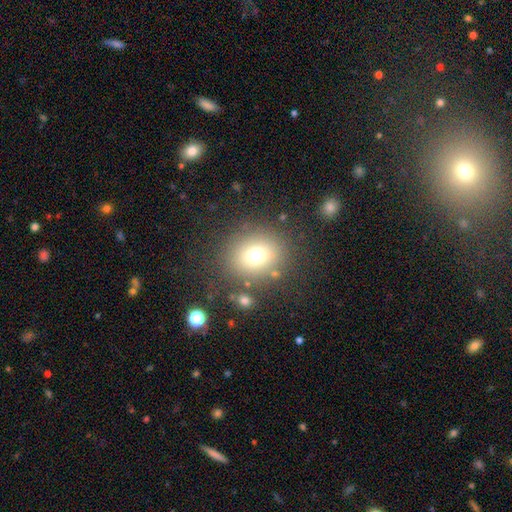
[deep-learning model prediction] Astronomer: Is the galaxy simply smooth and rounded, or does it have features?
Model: smooth — 72%.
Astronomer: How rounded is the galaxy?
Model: round — 72%.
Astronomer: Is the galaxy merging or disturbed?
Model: none — 81%.